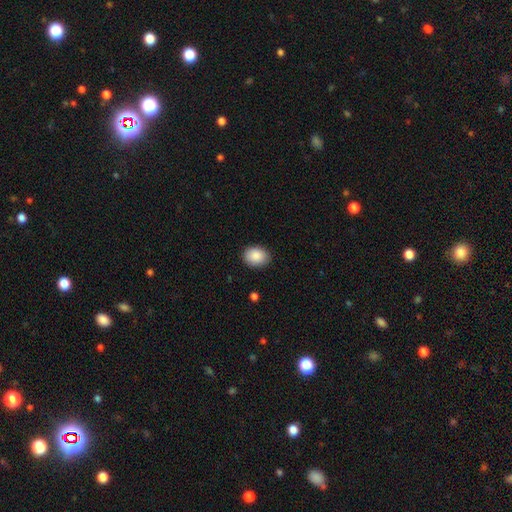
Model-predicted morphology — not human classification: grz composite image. It shows a smooth galaxy with no disk features (89%) that is in between round and cigar-shaped (60%). Merging: none (87%).